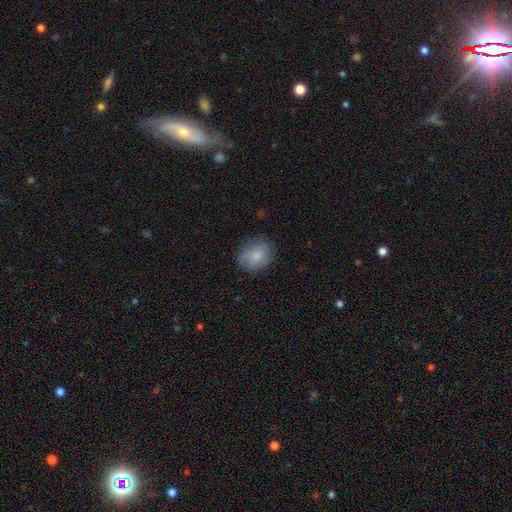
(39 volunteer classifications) A smooth galaxy with no disk features (72%) that is in between round and cigar-shaped (57%). Merging: none (81%).